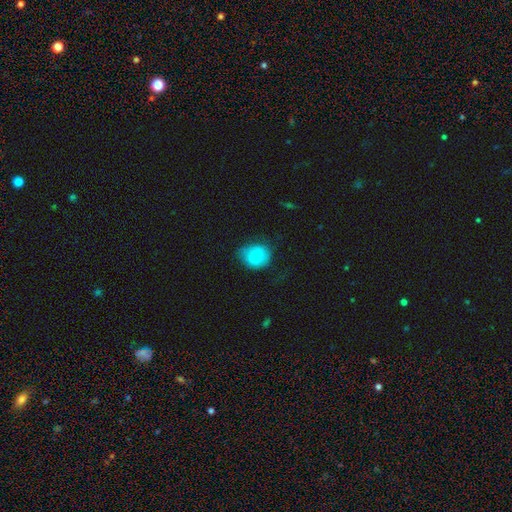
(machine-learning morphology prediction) smooth 70%, featured or disk 23%, star or artifact 8%. Down the decision tree: how rounded — round (61%); merging — none (60%).